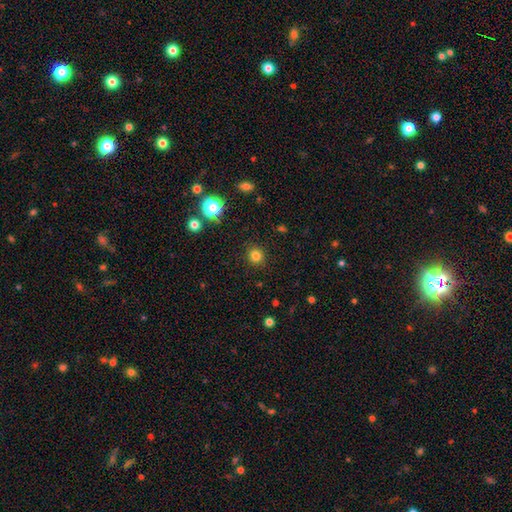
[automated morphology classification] This appears to be a smooth galaxy with no disk features (80%) that is round (90%). Merging: none (91%).